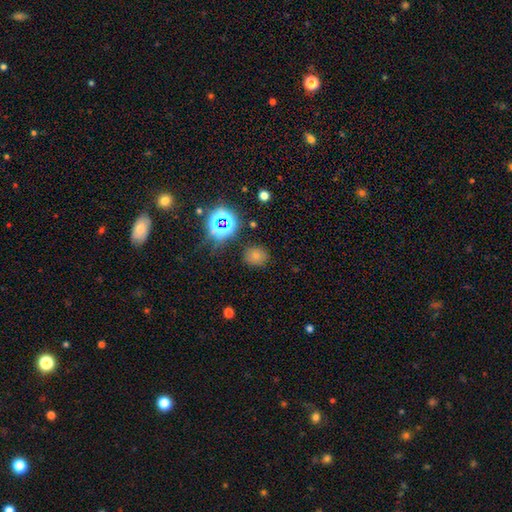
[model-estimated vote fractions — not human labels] Smooth or featured? Predicted: smooth (p=0.68). How rounded? Predicted: round (p=0.71). Merging? Predicted: none (p=0.83).